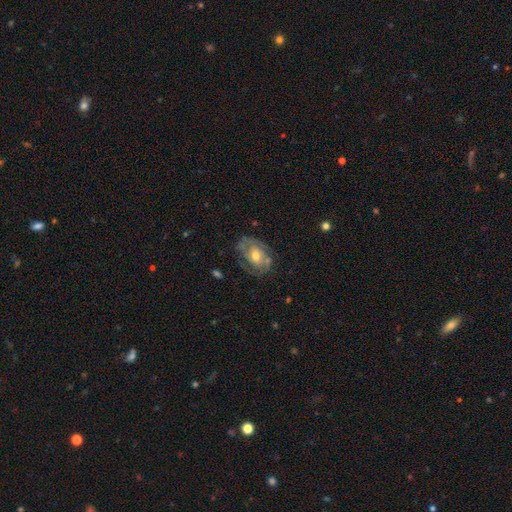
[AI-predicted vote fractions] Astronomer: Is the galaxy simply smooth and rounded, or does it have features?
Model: featured or disk — 75%.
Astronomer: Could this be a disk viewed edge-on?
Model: no — 96%.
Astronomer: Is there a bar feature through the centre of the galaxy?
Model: no — 66%.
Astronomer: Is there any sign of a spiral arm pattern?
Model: yes — 79%.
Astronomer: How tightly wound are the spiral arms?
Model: tight — 56% (runner-up: medium, 33%).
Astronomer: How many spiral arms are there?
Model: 2 — 44% (runner-up: can't tell, 33%).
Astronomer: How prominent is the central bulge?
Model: moderate — 66%.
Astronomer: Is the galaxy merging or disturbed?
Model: none — 68%.